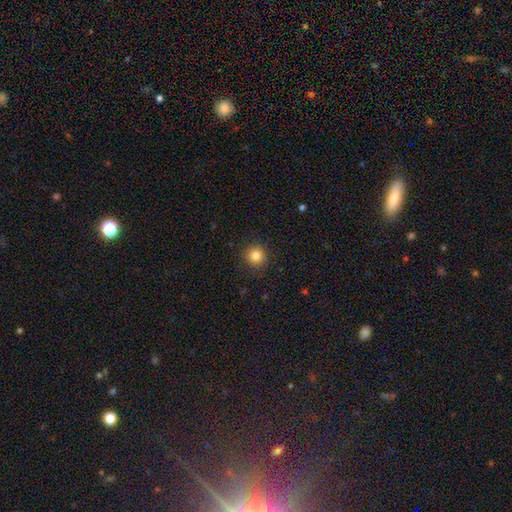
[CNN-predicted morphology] Smooth or featured?
  - smooth: 83% *
  - star or artifact: 11%
  - featured or disk: 5%
How rounded?
  - round: 93% *
  - in between: 6%
  - cigar-shaped: 1%
Merging?
  - none: 91% *
  - minor disturbance: 6%
  - major disturbance: 2%
  - merger: 1%